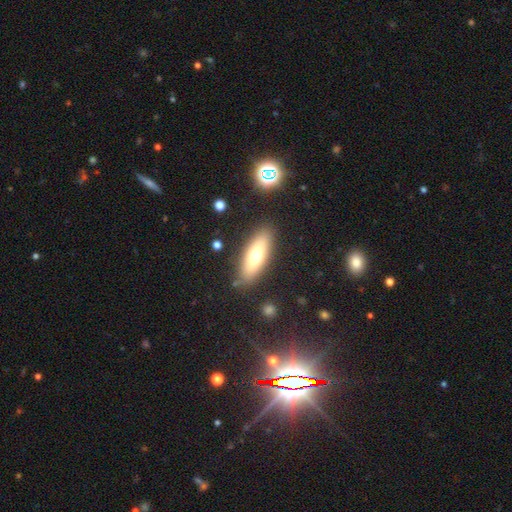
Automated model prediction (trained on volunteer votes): This appears to be a smooth galaxy with no disk features (65%) that is in between round and cigar-shaped (62%). Merging: none (84%).